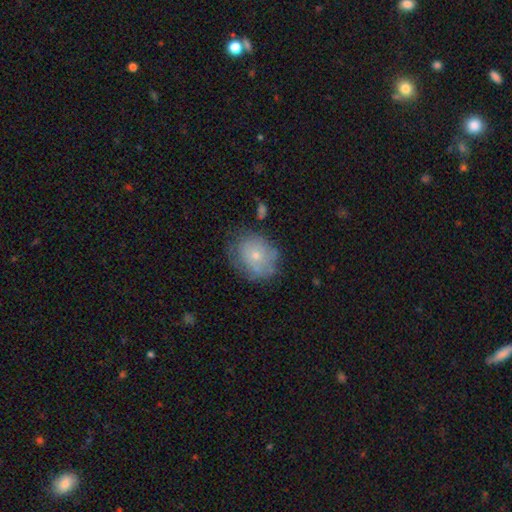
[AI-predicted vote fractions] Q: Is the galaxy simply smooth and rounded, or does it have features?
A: smooth — 63%.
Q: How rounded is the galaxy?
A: round — 63%.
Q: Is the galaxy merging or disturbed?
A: none — 59%.